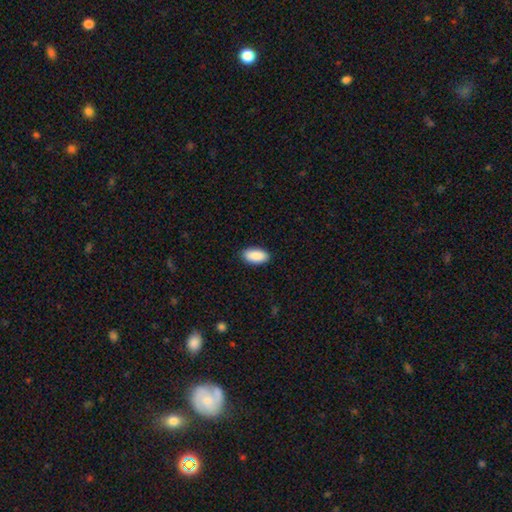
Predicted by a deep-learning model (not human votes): Smooth or featured?
  - smooth: 91% *
  - star or artifact: 6%
  - featured or disk: 3%
How rounded?
  - in between: 94% *
  - cigar-shaped: 4%
  - round: 2%
Merging?
  - none: 90% *
  - minor disturbance: 7%
  - major disturbance: 2%
  - merger: 1%